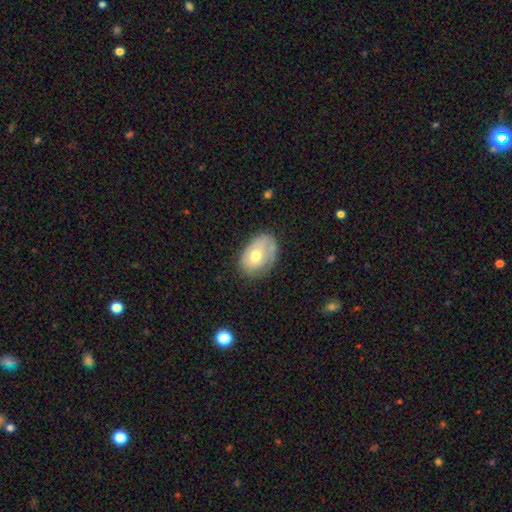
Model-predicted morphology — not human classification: smooth_or_featured: smooth (p=0.60) [alt: featured or disk p=0.33]
how_rounded: in between (p=0.81) [alt: round p=0.18]
merging: none (p=0.62) [alt: minor disturbance p=0.28]